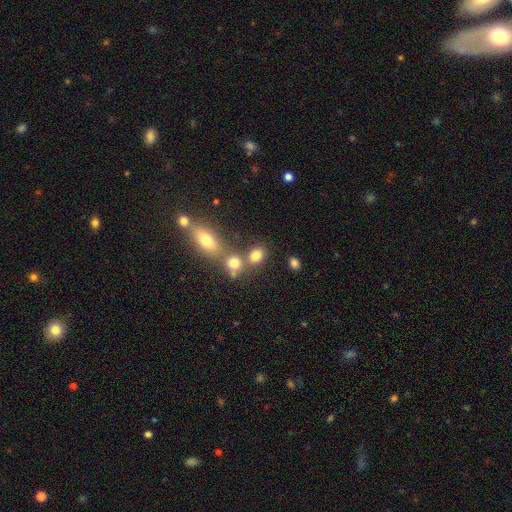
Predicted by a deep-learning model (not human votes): smooth-or-featured: smooth: 78% | star or artifact: 13% | featured or disk: 8%
  how-rounded: in between: 52% | round: 46% | cigar-shaped: 2%
  merging: none: 55% | merger: 30% | minor disturbance: 10% | major disturbance: 5%